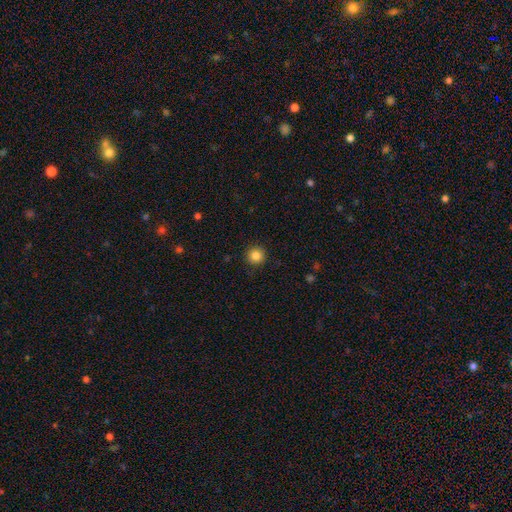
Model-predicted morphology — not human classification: smooth 85%, star or artifact 11%, featured or disk 4%. Down the decision tree: how rounded — round (95%); merging — none (92%).